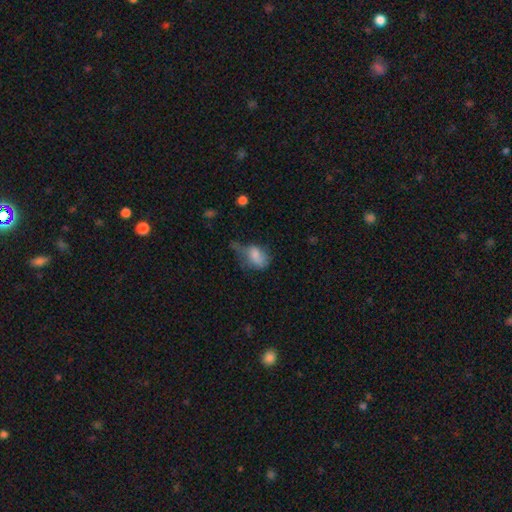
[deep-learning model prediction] Morphology: type=smooth (69%); roundness=in between (78%); merging=major disturbance (37%).